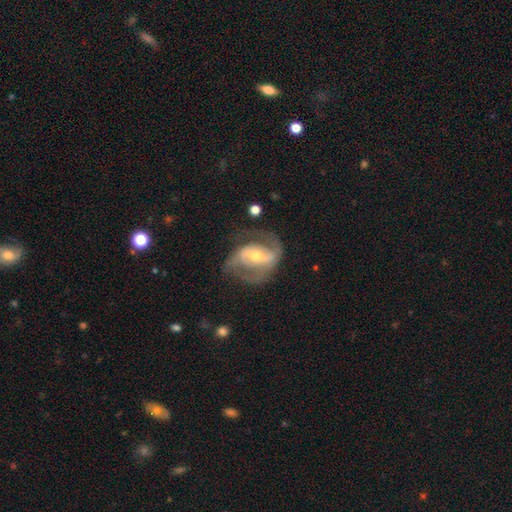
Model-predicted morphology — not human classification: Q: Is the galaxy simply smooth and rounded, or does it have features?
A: featured or disk — 83%.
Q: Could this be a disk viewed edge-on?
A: no — 96%.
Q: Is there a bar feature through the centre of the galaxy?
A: strong — 40%.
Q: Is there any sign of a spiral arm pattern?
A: yes — 90%.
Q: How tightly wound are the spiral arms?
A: medium — 49%.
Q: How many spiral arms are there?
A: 2 — 78%.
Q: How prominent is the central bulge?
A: moderate — 63%.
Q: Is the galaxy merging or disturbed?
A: none — 57%.